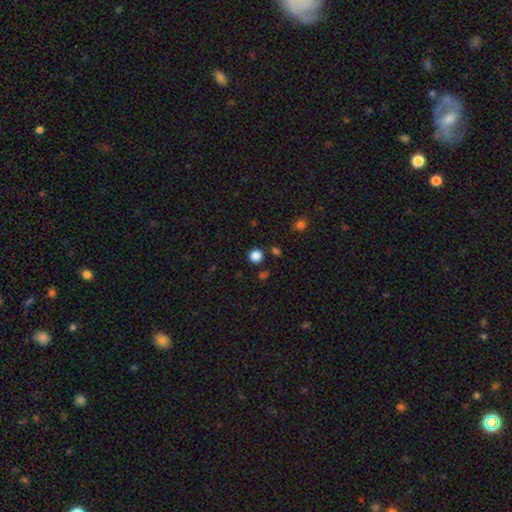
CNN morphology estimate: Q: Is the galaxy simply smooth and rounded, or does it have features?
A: smooth — 85%.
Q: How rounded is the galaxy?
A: round — 92%.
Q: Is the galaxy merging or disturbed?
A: none — 87%.